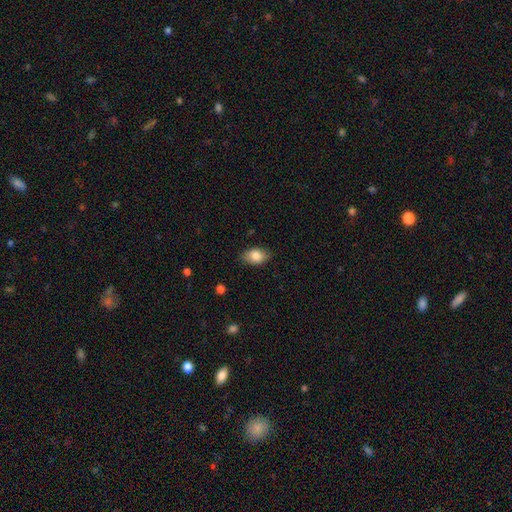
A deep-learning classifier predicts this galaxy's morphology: A smooth galaxy with no disk features (83%) that is in between round and cigar-shaped (85%). Merging: none (83%).